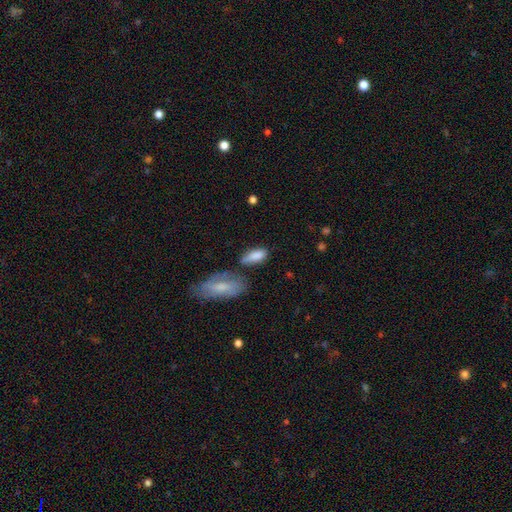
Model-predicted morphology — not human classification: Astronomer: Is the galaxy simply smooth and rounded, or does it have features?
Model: smooth — 83%.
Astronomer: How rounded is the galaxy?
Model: in between — 75%.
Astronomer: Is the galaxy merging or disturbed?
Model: none — 53%.